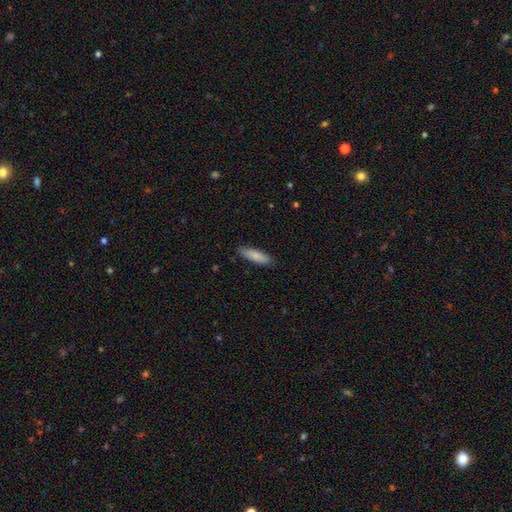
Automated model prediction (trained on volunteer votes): Smooth or featured: smooth — 83% (featured or disk — 11%)
How rounded: cigar-shaped — 57% (in between — 41%)
Merging: none — 87% (minor disturbance — 11%)